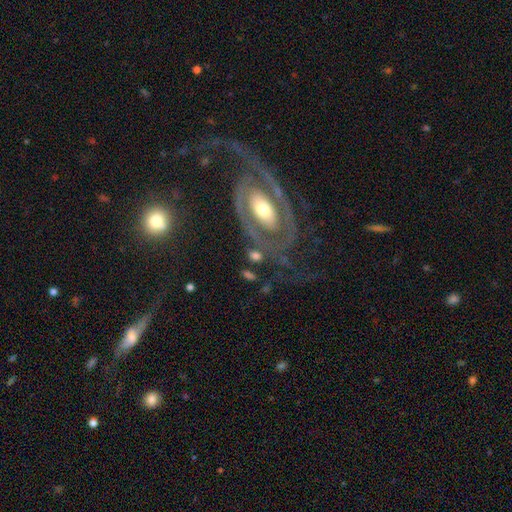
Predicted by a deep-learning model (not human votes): Smooth or featured: featured or disk — 55% (smooth — 37%)
Edge-on disk: no — 89% (yes — 11%)
Merging: none — 62% (major disturbance — 16%)